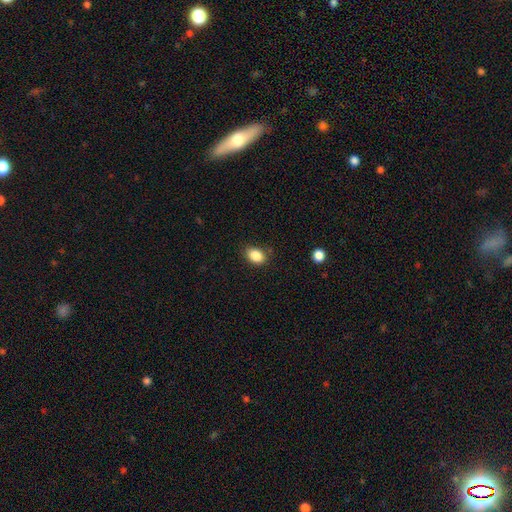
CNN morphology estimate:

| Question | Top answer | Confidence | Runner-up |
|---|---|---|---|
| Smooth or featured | smooth | 87% | star or artifact (9%) |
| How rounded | in between | 75% | round (23%) |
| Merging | none | 83% | minor disturbance (13%) |